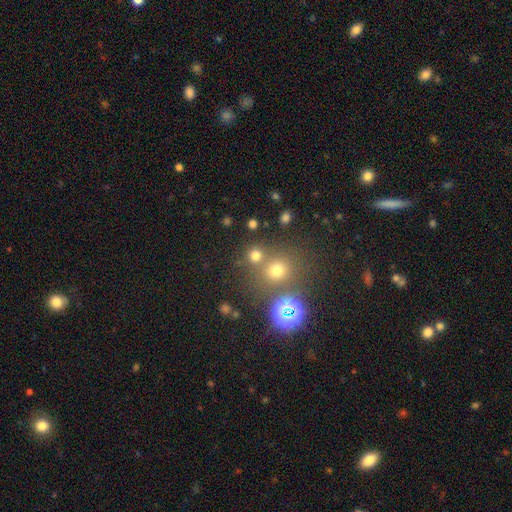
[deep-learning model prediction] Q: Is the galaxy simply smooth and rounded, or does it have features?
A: smooth — 69%.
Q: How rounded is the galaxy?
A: round — 89%.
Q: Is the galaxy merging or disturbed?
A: none — 69%.